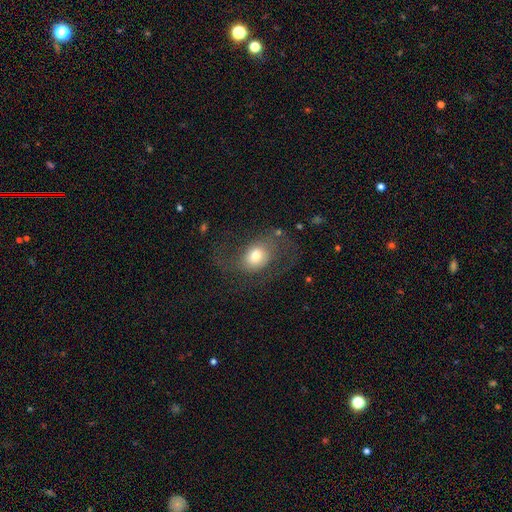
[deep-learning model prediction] A smooth galaxy with no disk features (50%) that is in between round and cigar-shaped (55%). Merging: none (48%).